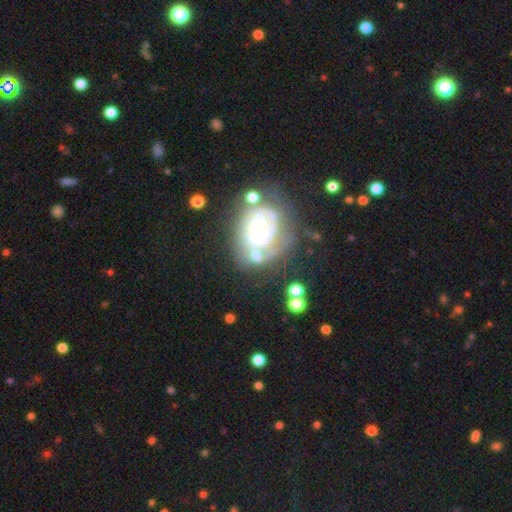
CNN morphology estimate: This is likely a featured or disk galaxy (67%). It is clearly not viewed edge-on (97%). Bar: likely no (75%). Spiral arm pattern: possibly yes (58%). Central bulge: marginally moderate (44%). Merging: marginally none (36%).